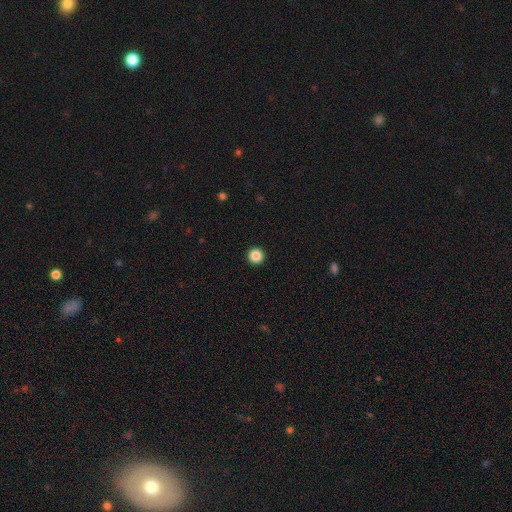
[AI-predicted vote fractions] Smooth or featured?
  - smooth: 87% *
  - star or artifact: 10%
  - featured or disk: 3%
How rounded?
  - round: 97% *
  - in between: 2%
  - cigar-shaped: 1%
Merging?
  - none: 94% *
  - minor disturbance: 3%
  - major disturbance: 1%
  - merger: 1%